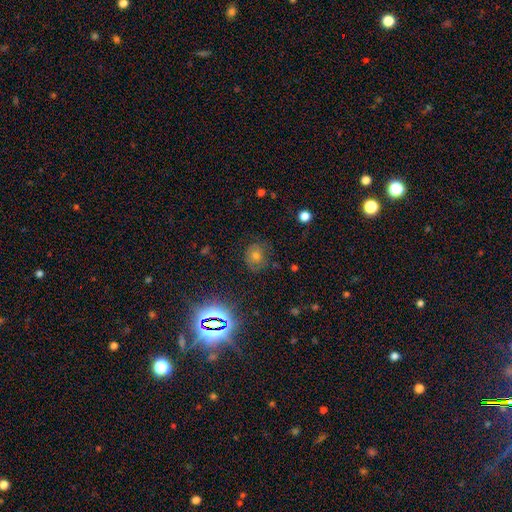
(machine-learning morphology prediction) Smooth or featured: star or artifact — 41% (smooth — 39%)